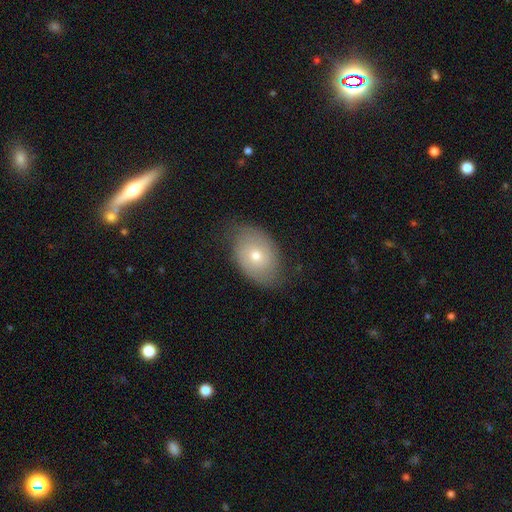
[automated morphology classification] smooth_or_featured: smooth (p=0.52) [alt: featured or disk p=0.40]
how_rounded: in between (p=0.80) [alt: round p=0.19]
merging: none (p=0.72) [alt: minor disturbance p=0.20]